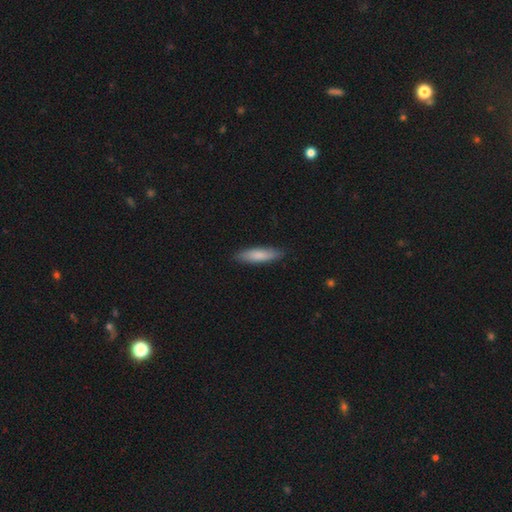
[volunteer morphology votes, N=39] Smooth or featured?
  - smooth: 77% *
  - featured or disk: 15%
  - star or artifact: 8%
How rounded?
  - cigar-shaped: 63% *
  - in between: 37%
  - round: 0%
Merging?
  - none: 97% *
  - minor disturbance: 3%
  - major disturbance: 0%
  - merger: 0%